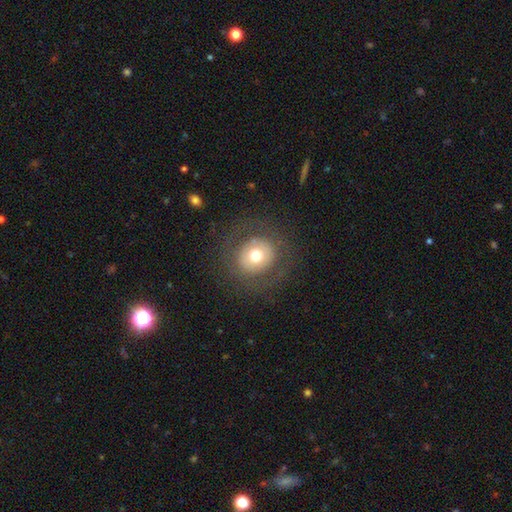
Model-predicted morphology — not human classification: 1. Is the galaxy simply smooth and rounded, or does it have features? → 63% smooth, 26% featured or disk, 11% star or artifact.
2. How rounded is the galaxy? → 88% round, 11% in between, 1% cigar-shaped.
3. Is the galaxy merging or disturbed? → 82% none, 9% minor disturbance, 8% major disturbance, 1% merger.